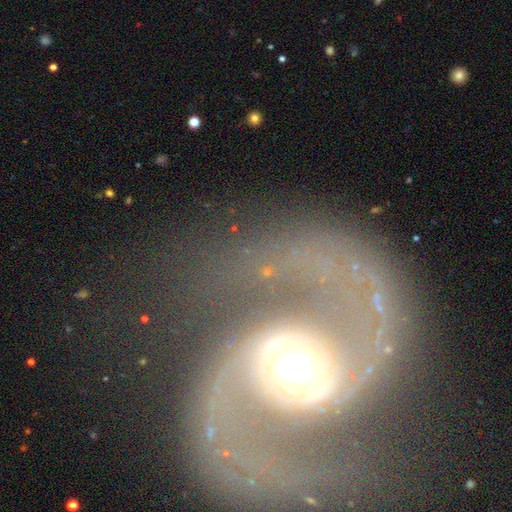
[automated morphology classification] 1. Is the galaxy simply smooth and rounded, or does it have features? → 92% featured or disk, 4% star or artifact, 3% smooth.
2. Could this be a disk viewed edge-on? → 98% no, 2% yes.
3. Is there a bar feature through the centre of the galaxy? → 51% no, 30% weak, 18% strong.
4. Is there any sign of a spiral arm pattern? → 97% yes, 3% no.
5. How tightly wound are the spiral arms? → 57% medium, 25% loose, 18% tight.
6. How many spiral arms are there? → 90% 2, 4% 1, 2% can't tell, 1% 3, 1% 4, 1% more than 4.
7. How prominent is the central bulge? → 60% moderate, 25% large, 9% small, 4% dominant, 1% none.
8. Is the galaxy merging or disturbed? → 73% none, 13% minor disturbance, 11% major disturbance, 3% merger.